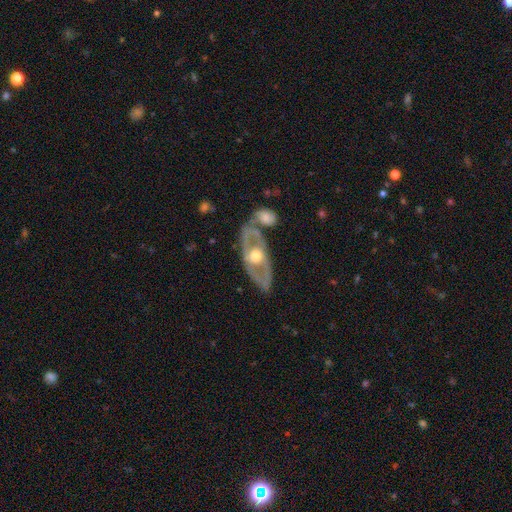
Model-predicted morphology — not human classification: The model was most divided on "spiral arms": no: 51%, yes: 49%. More confident: edge-on disk — no (83%); bar — no (78%); smooth or featured — featured or disk (77%); bulge size — moderate (74%); merging — none (68%).